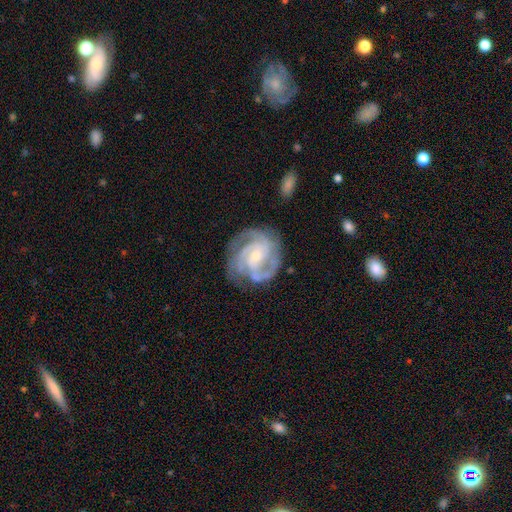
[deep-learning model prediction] Smooth or featured? Predicted: featured or disk (p=0.90). Edge-on disk? Predicted: no (p=0.98). Bar? Predicted: no (p=0.51). Spiral arms? Predicted: yes (p=0.98). Spiral winding? Predicted: tight (p=0.62). Spiral arm count? Predicted: 3 (p=0.44). Bulge size? Predicted: small (p=0.64). Merging? Predicted: none (p=0.75).